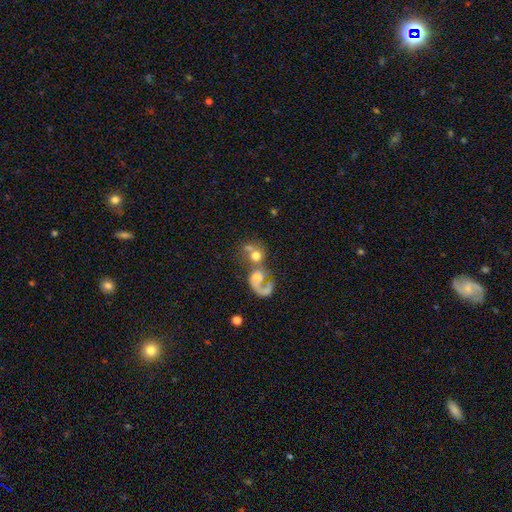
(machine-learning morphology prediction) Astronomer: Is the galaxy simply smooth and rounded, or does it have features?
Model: smooth — 50% (runner-up: featured or disk, 39%).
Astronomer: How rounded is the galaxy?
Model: round — 69%.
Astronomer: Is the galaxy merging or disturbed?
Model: merger — 61%.